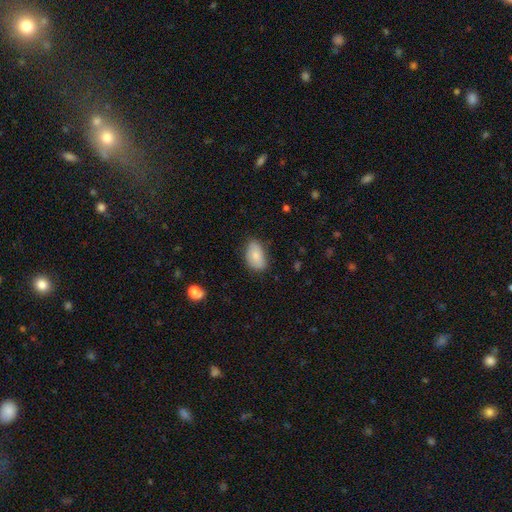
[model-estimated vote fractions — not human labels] Smooth or featured?
  - smooth: 82% *
  - featured or disk: 11%
  - star or artifact: 7%
How rounded?
  - in between: 92% *
  - round: 6%
  - cigar-shaped: 2%
Merging?
  - none: 74% *
  - minor disturbance: 21%
  - major disturbance: 4%
  - merger: 1%